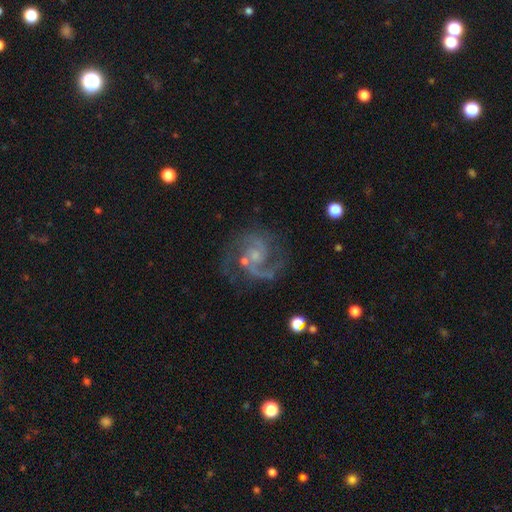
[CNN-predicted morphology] Smooth or featured?
  - featured or disk: 89% *
  - star or artifact: 7%
  - smooth: 5%
Edge-on disk?
  - no: 98% *
  - yes: 2%
Bar?
  - no: 59% *
  - weak: 35%
  - strong: 6%
Spiral arms?
  - yes: 97% *
  - no: 3%
Spiral winding?
  - medium: 57% *
  - tight: 23%
  - loose: 20%
Spiral arm count?
  - 2: 79% *
  - 1: 6%
  - 3: 6%
  - can't tell: 5%
  - 4: 2%
  - more than 4: 2%
Bulge size?
  - small: 62% *
  - moderate: 20%
  - none: 15%
  - large: 2%
  - dominant: 1%
Merging?
  - none: 67% *
  - minor disturbance: 16%
  - major disturbance: 13%
  - merger: 5%